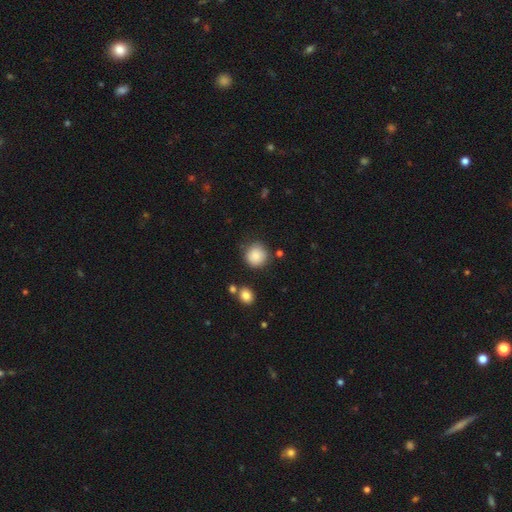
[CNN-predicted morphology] type=smooth (85%); roundness=round (92%); merging=none (81%).